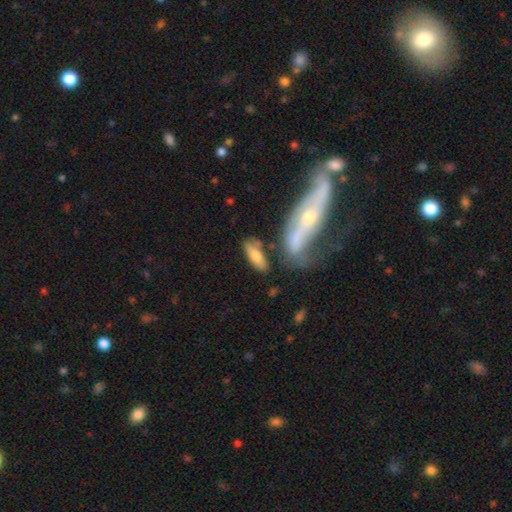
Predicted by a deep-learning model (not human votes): A smooth galaxy with no disk features (66%) that is in between round and cigar-shaped (64%). Merging: none (61%).